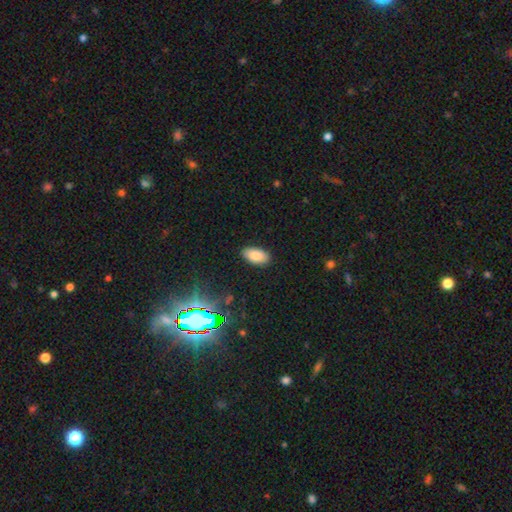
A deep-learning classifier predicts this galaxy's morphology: This is clearly a smooth galaxy (85%). How rounded: clearly in between (94%). Merging: clearly none (87%).